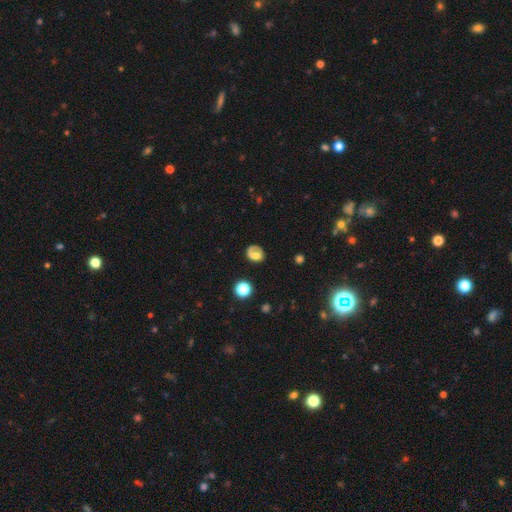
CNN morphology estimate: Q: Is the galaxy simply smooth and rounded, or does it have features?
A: smooth — 56%.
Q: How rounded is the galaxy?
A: round — 59%.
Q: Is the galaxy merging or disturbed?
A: none — 55%.